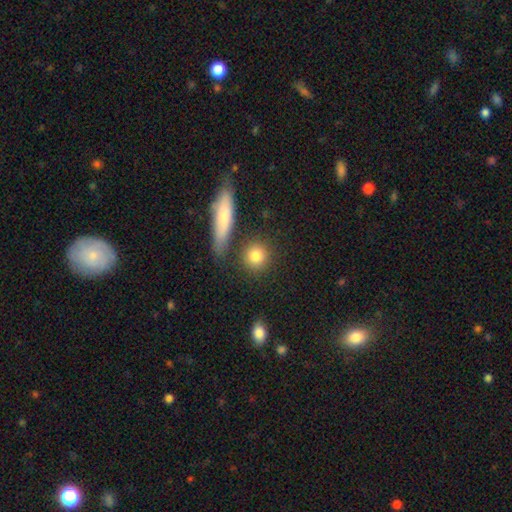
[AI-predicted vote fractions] Smooth or featured: smooth — 82% (featured or disk — 9%)
How rounded: round — 84% (in between — 11%)
Merging: none — 80% (minor disturbance — 9%)